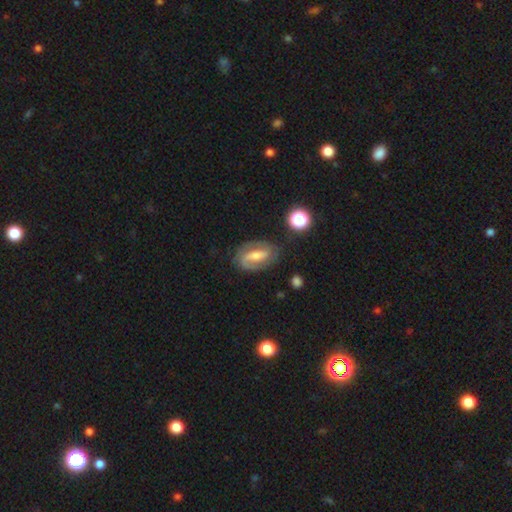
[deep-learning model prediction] smooth_or_featured: featured or disk (p=0.80) [alt: smooth p=0.14]
disk_edge_on: no (p=0.96) [alt: yes p=0.04]
bar: strong (p=0.43) [alt: weak p=0.39]
has_spiral_arms: yes (p=0.93) [alt: no p=0.07]
spiral_winding: medium (p=0.46) [alt: tight p=0.38]
spiral_arm_count: 2 (p=0.84) [alt: can't tell p=0.06]
bulge_size: moderate (p=0.50) [alt: small p=0.37]
merging: none (p=0.78) [alt: minor disturbance p=0.15]